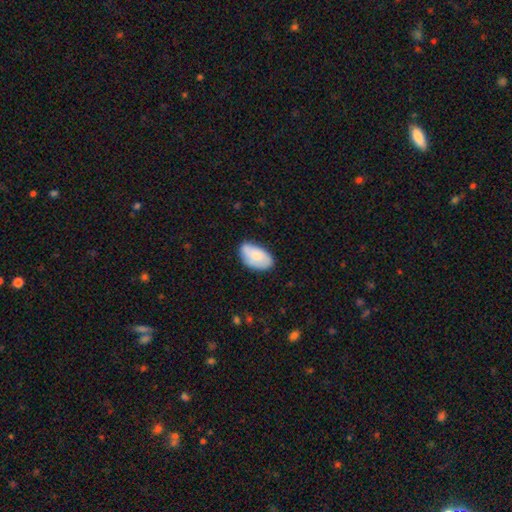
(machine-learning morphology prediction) Overall: smooth (72%). How rounded: in between (94%). Merging: none (68%).